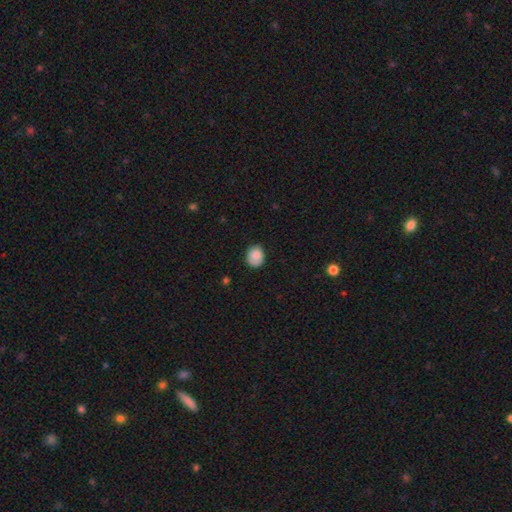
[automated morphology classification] The model was most divided on "how rounded": round: 55%, in between: 44%, cigar-shaped: 1%. More confident: smooth or featured — smooth (82%); merging — none (76%).